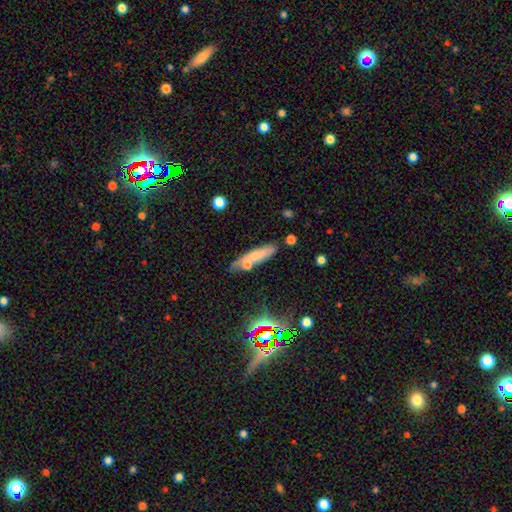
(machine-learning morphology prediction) A smooth galaxy with no disk features (63%) that is cigar-shaped (74%). Merging: none (56%).